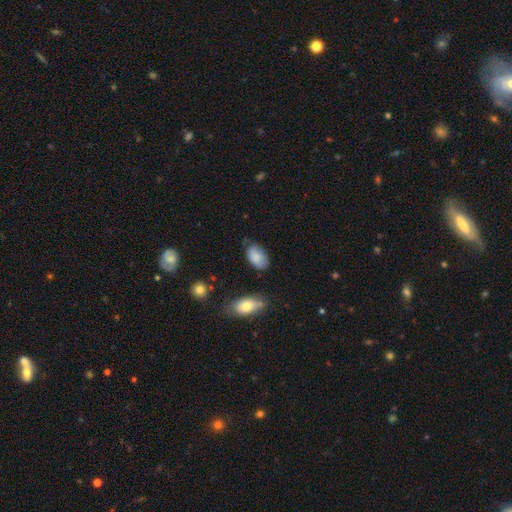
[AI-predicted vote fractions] Smooth or featured?
  - smooth: 82% *
  - featured or disk: 10%
  - star or artifact: 7%
How rounded?
  - in between: 93% *
  - round: 5%
  - cigar-shaped: 2%
Merging?
  - none: 70% *
  - minor disturbance: 22%
  - major disturbance: 4%
  - merger: 3%